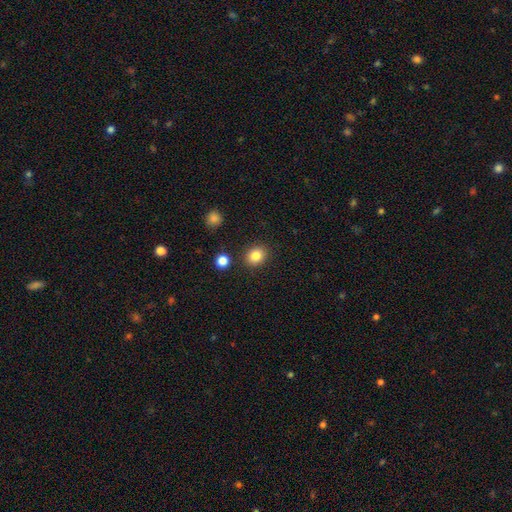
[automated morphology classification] smooth-or-featured: smooth: 85% | star or artifact: 10% | featured or disk: 5%
  how-rounded: round: 60% | in between: 39% | cigar-shaped: 1%
  merging: none: 87% | minor disturbance: 8% | merger: 3% | major disturbance: 2%